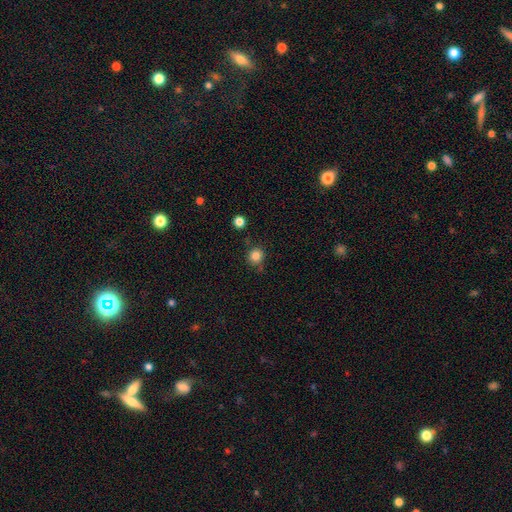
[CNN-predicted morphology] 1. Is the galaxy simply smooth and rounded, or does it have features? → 84% smooth, 11% star or artifact, 5% featured or disk.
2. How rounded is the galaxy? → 91% round, 8% in between, 1% cigar-shaped.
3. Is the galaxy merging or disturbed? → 79% none, 12% minor disturbance, 6% merger, 3% major disturbance.